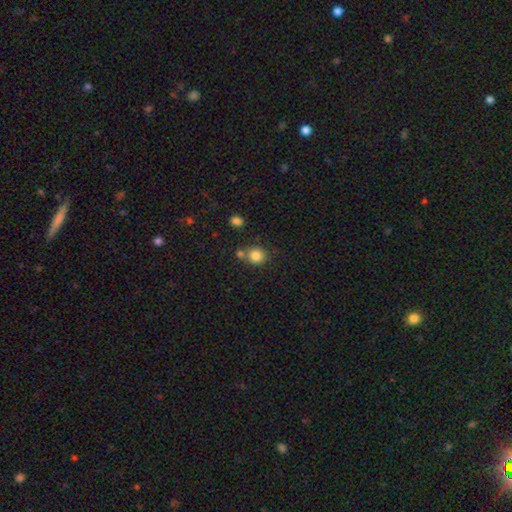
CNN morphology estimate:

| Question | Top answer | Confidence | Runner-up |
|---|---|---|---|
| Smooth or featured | smooth | 84% | star or artifact (11%) |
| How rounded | round | 81% | in between (18%) |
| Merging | none | 63% | merger (21%) |